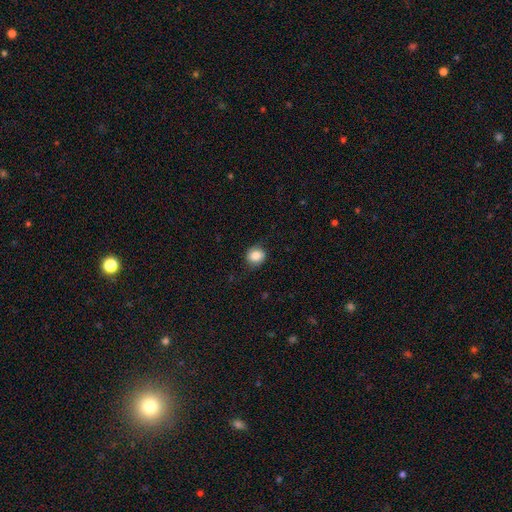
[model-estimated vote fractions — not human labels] Overall: smooth (80%). How rounded: round (74%). Merging: none (76%).